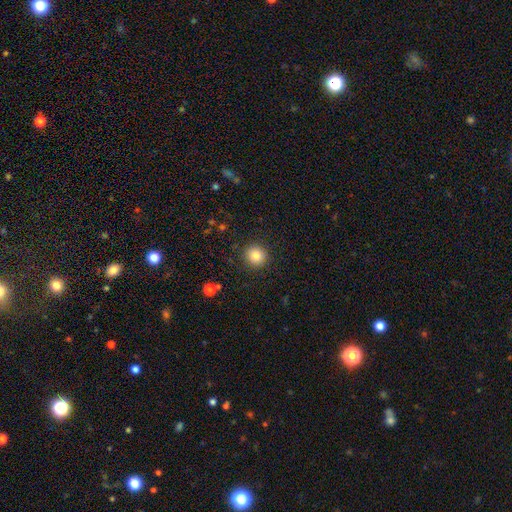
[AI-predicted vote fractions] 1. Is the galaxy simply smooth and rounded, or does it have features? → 83% smooth, 11% star or artifact, 6% featured or disk.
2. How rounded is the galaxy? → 92% round, 7% in between, 1% cigar-shaped.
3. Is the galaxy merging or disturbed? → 90% none, 6% minor disturbance, 2% major disturbance, 1% merger.